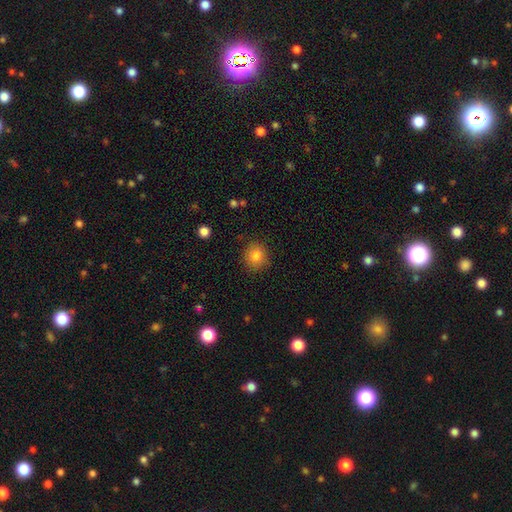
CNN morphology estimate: type=smooth (84%); roundness=round (83%); merging=none (85%).